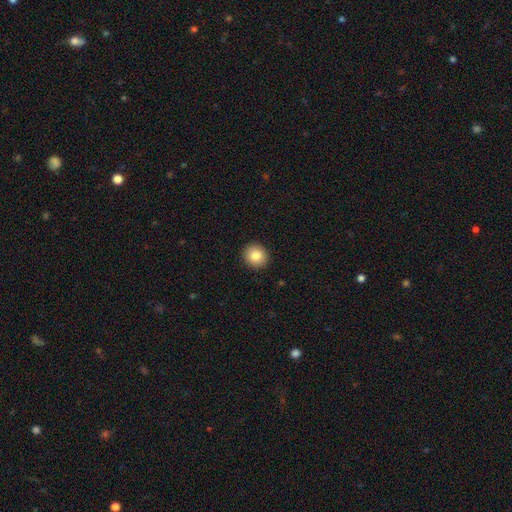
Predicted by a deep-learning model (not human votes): This appears to be a smooth galaxy with no disk features (83%) that is round (89%). Merging: none (92%).